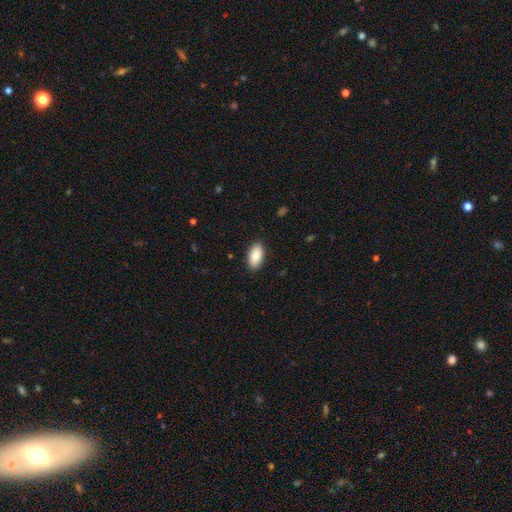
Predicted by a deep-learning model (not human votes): This is clearly a smooth galaxy (87%). How rounded: clearly in between (94%). Merging: clearly none (89%).